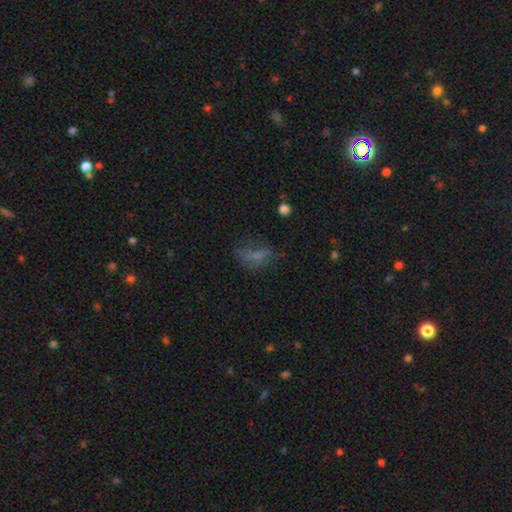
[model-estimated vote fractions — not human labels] Q: Smooth or featured?
A: smooth (53%); runner-up: featured or disk (26%)
Q: How rounded?
A: in between (73%); runner-up: round (14%)
Q: Merging?
A: none (41%); runner-up: major disturbance (31%)